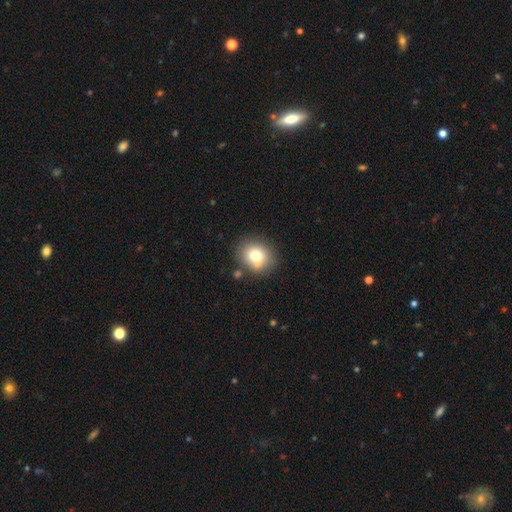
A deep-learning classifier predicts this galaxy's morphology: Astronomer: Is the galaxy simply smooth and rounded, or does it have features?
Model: smooth — 75%.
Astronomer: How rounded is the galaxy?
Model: round — 70%.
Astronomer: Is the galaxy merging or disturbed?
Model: none — 73%.